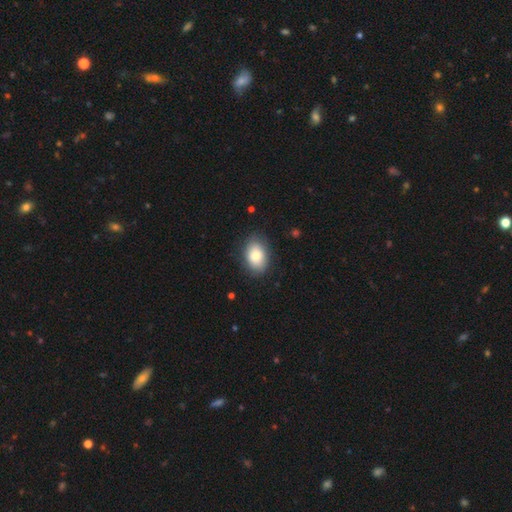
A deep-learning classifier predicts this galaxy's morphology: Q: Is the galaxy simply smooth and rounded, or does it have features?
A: smooth — 80%.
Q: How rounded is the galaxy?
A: in between — 83%.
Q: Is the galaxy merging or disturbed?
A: none — 82%.